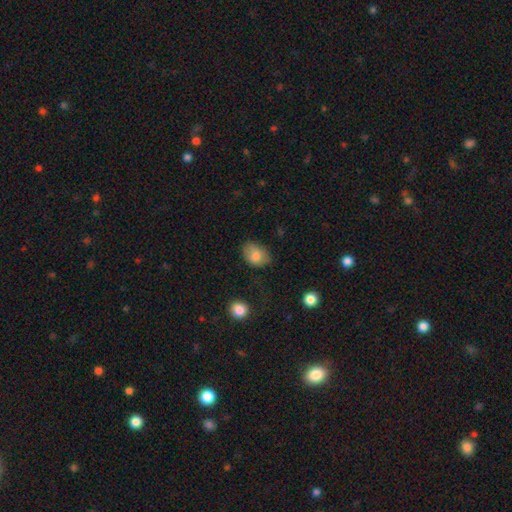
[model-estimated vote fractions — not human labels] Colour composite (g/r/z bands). It shows a smooth galaxy with no disk features (81%) that is in between round and cigar-shaped (77%). Merging: none (66%).